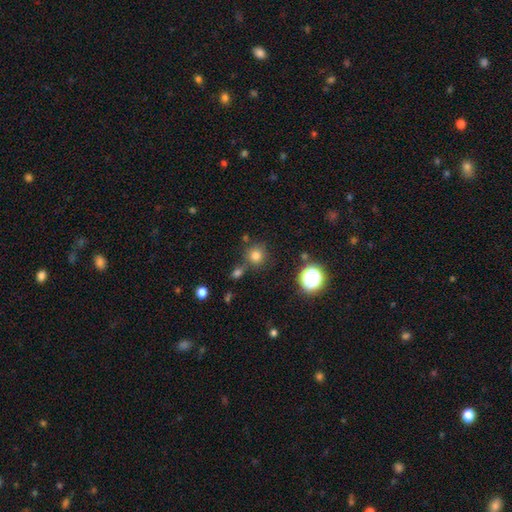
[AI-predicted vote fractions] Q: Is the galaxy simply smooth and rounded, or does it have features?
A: smooth — 76%.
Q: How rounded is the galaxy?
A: round — 92%.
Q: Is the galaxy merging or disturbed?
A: none — 76%.